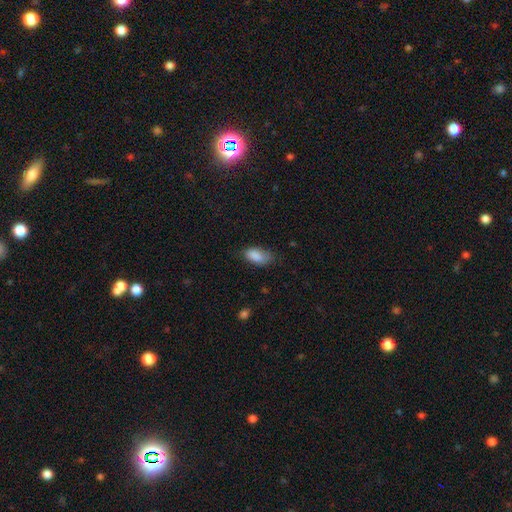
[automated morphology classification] smooth_or_featured: smooth (p=0.87) [alt: star or artifact p=0.07]
how_rounded: in between (p=0.92) [alt: cigar-shaped p=0.04]
merging: none (p=0.59) [alt: minor disturbance p=0.31]